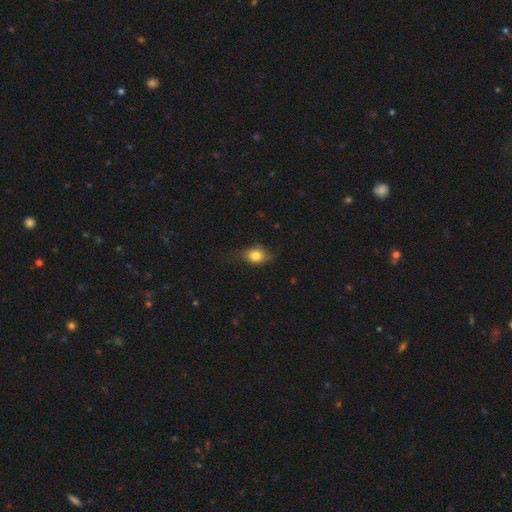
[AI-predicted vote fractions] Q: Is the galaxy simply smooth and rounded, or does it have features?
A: smooth — 81%.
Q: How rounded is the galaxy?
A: in between — 63%.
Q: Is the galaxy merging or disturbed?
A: none — 66%.